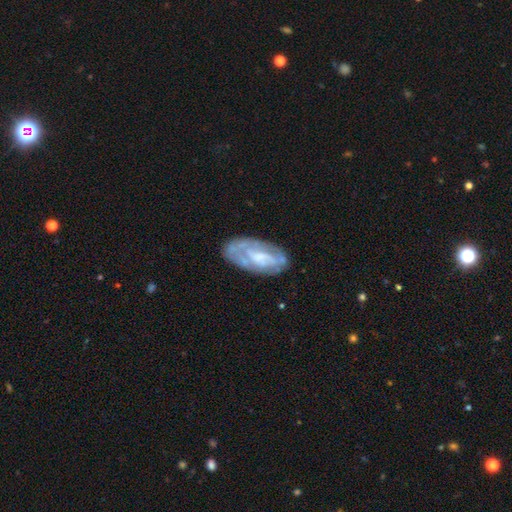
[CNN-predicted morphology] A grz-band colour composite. It shows a featured or disk galaxy (61%) with no bar (57%), spiral arms (62%) and a moderate central bulge (43%). Merging: none (70%).